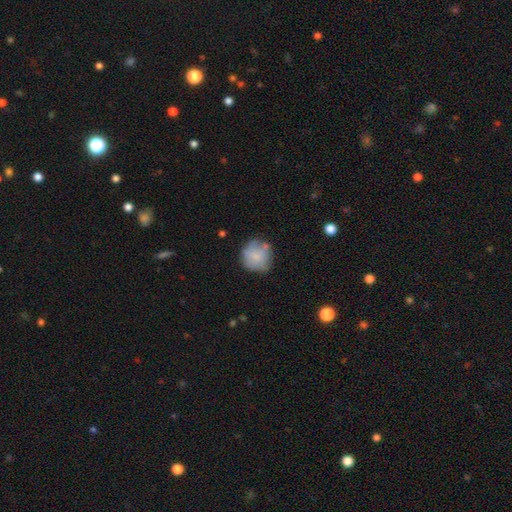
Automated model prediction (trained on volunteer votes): smooth-or-featured: smooth: 71% | featured or disk: 21% | star or artifact: 8%
  how-rounded: round: 87% | in between: 12% | cigar-shaped: 1%
  merging: none: 62% | minor disturbance: 24% | major disturbance: 8% | merger: 5%